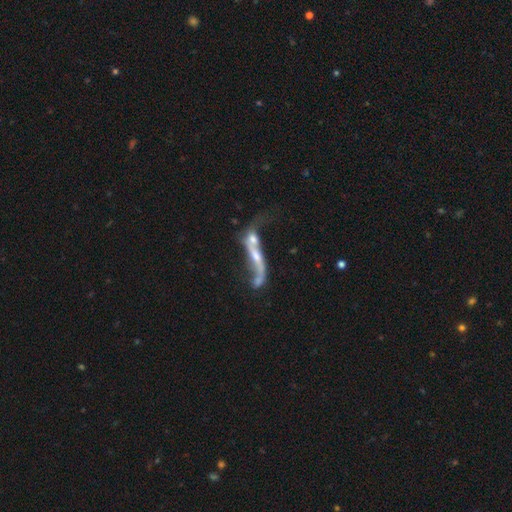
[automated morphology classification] Smooth or featured? featured or disk (70%)
Edge-on disk? no (71%)
Merging? merger (53%)